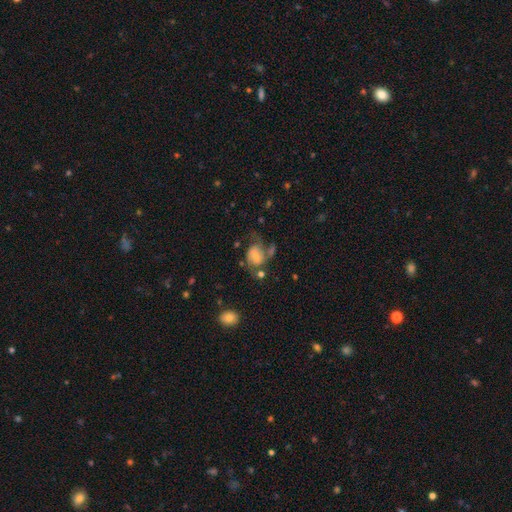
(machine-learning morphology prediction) Overall: featured or disk (50%; smooth 40%). Merging: none (36%; major disturbance 28%).